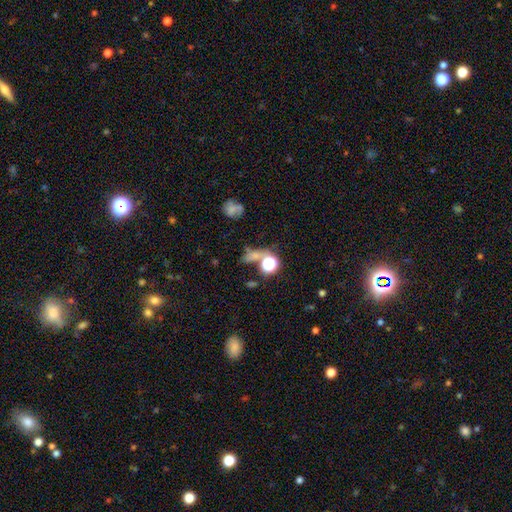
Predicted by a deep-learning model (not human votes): smooth 52%, star or artifact 36%, featured or disk 12%. Down the decision tree: how rounded — round (60%); merging — none (52%).